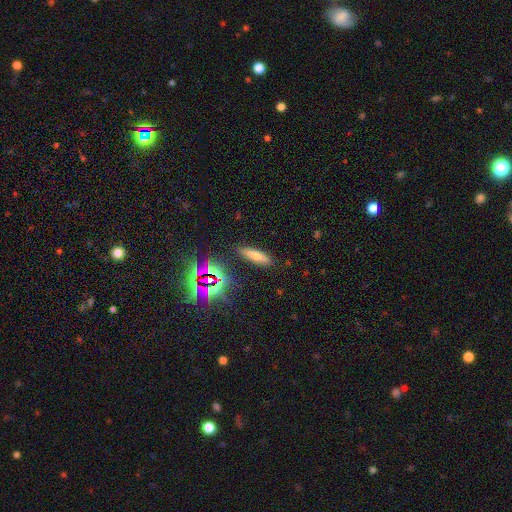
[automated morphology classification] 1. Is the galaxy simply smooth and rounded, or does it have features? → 58% smooth, 24% star or artifact, 18% featured or disk.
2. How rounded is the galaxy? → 65% cigar-shaped, 31% in between, 3% round.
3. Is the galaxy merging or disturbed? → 87% none, 9% minor disturbance, 3% major disturbance, 2% merger.